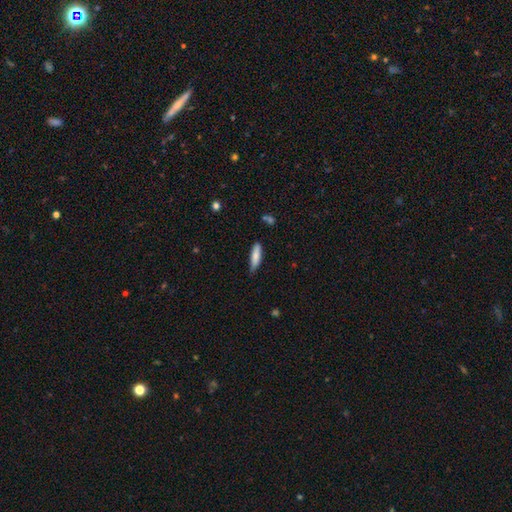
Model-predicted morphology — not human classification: Smooth or featured? Predicted: smooth (p=0.80). How rounded? Predicted: cigar-shaped (p=0.63). Merging? Predicted: none (p=0.71).